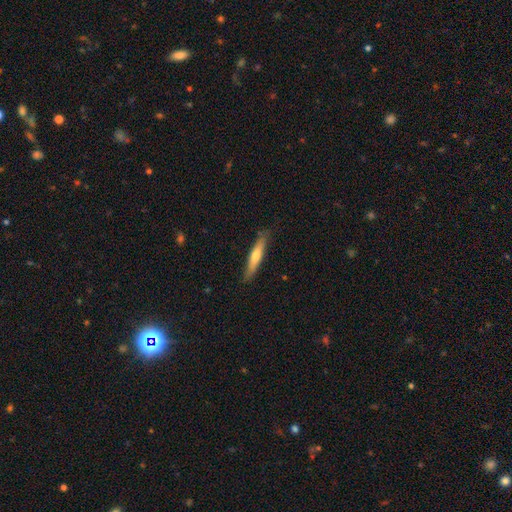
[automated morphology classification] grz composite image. It shows a smooth galaxy with no disk features (55%) that is cigar-shaped (89%). Merging: none (85%).